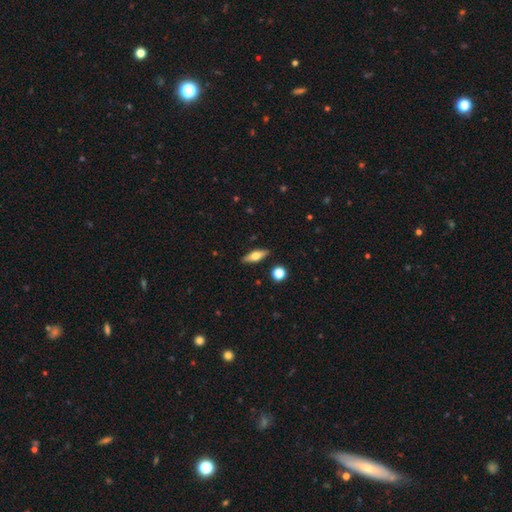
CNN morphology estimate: This appears to be a smooth galaxy with no disk features (50%) that is in between round and cigar-shaped (52%). Merging: none (88%).